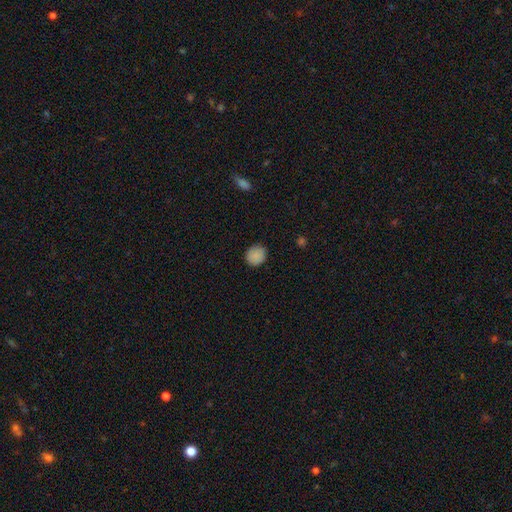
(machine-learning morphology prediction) Smooth or featured?
  - smooth: 88% *
  - star or artifact: 9%
  - featured or disk: 4%
How rounded?
  - round: 84% *
  - in between: 15%
  - cigar-shaped: 1%
Merging?
  - none: 87% *
  - minor disturbance: 9%
  - major disturbance: 2%
  - merger: 1%